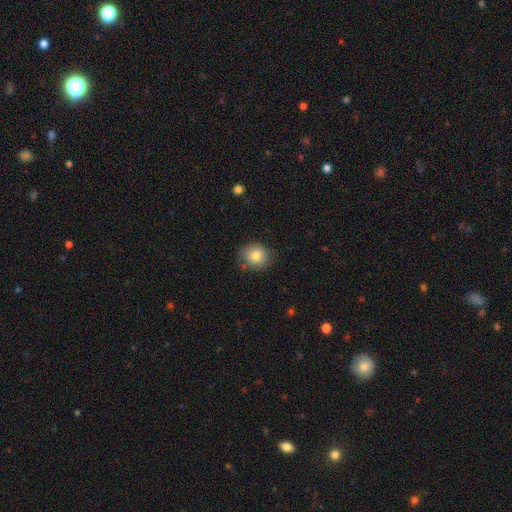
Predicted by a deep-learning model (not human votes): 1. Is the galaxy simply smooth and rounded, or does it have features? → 81% smooth, 10% featured or disk, 9% star or artifact.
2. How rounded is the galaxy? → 75% round, 24% in between, 1% cigar-shaped.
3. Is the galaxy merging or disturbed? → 78% none, 16% minor disturbance, 3% major disturbance, 2% merger.